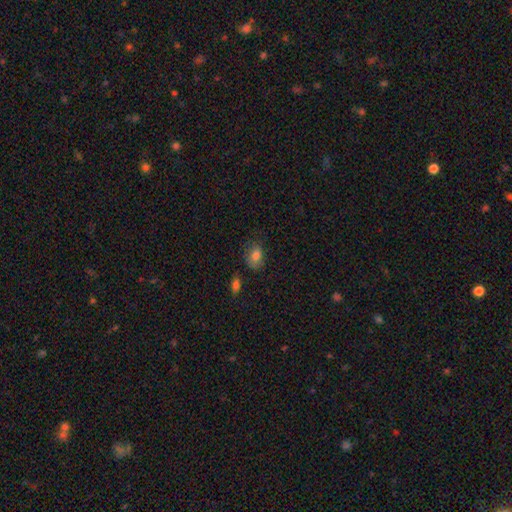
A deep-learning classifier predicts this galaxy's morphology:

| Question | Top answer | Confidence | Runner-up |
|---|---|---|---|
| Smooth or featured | smooth | 81% | star or artifact (10%) |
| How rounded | in between | 75% | round (24%) |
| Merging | none | 68% | minor disturbance (23%) |